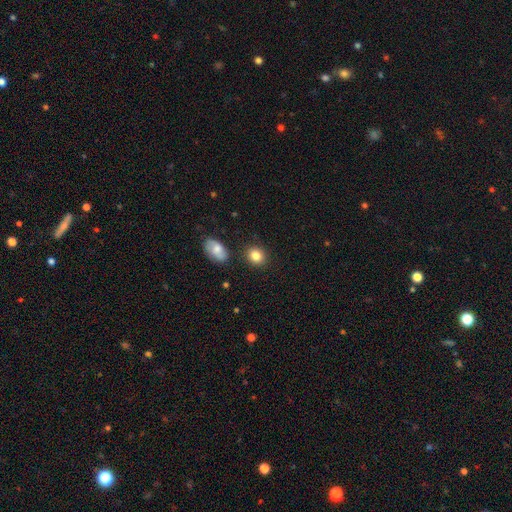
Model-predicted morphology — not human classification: The model was most divided on "how rounded": round: 64%, in between: 35%, cigar-shaped: 1%. More confident: smooth or featured — smooth (85%); merging — none (83%).